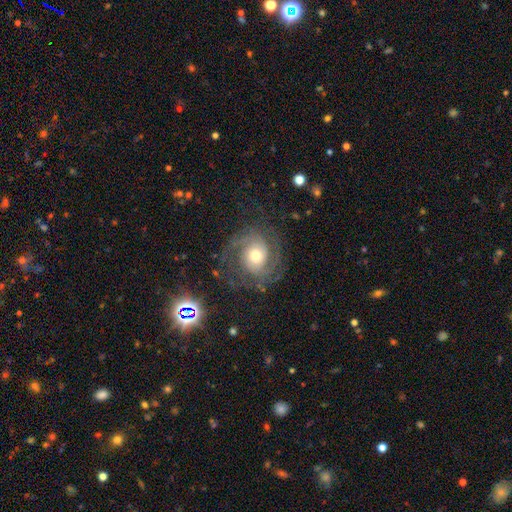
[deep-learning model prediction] The model was most divided on "spiral winding": tight: 54%, medium: 36%, loose: 10%. Remaining: edge-on disk — no (98%); spiral arms — yes (95%); smooth or featured — featured or disk (83%); merging — none (73%); bar — no (69%); bulge size — moderate (63%); spiral arm count — 2 (48%).